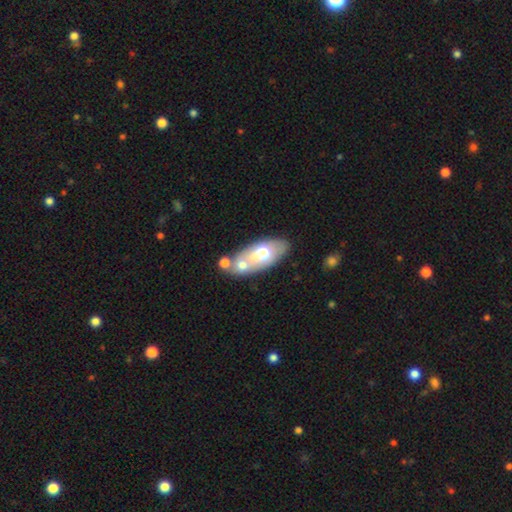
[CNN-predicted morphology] Smooth or featured? Predicted: smooth (p=0.54). How rounded? Predicted: in between (p=0.82). Merging? Predicted: none (p=0.45).